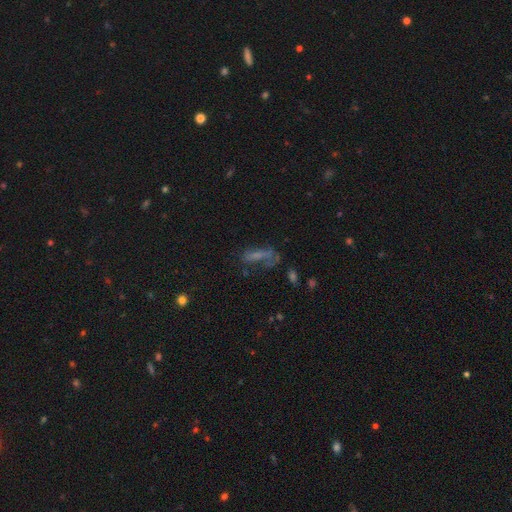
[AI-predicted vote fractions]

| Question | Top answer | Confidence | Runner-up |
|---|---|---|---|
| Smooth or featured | smooth | 40% | featured or disk (34%) |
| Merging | none | 40% | major disturbance (30%) |